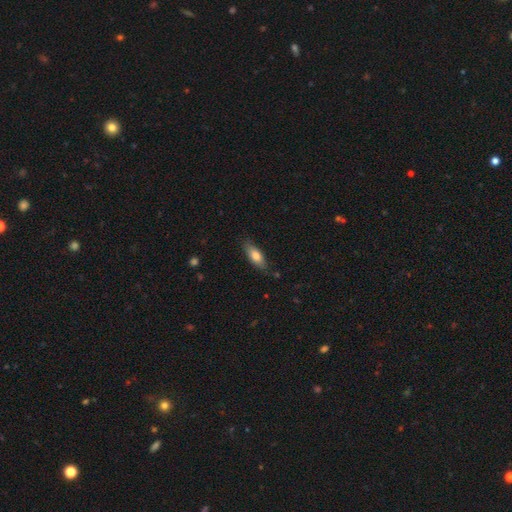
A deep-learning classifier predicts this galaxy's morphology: Smooth or featured? Predicted: smooth (p=0.75). How rounded? Predicted: in between (p=0.70). Merging? Predicted: none (p=0.80).